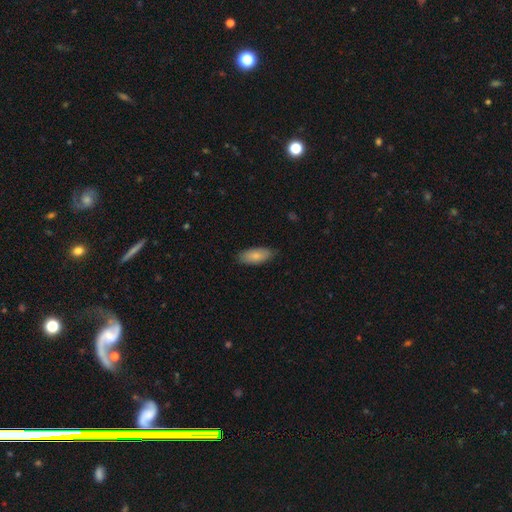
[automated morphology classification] This appears to be a smooth galaxy with no disk features (83%) that is in between round and cigar-shaped (84%). Merging: none (83%).